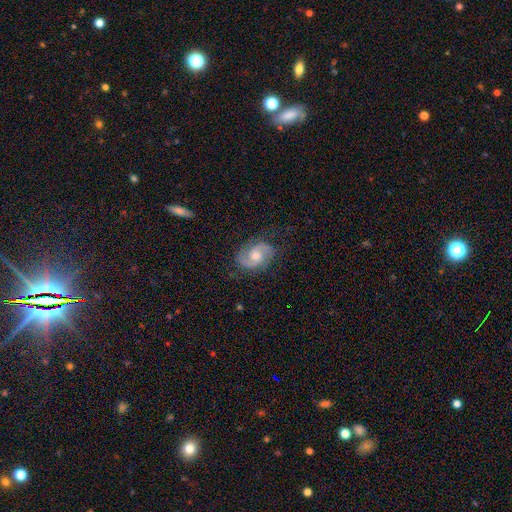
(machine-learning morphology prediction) Smooth or featured? Predicted: featured or disk (p=0.84). Edge-on disk? Predicted: no (p=0.98). Bar? Predicted: no (p=0.57). Spiral arms? Predicted: yes (p=0.96). Spiral winding? Predicted: medium (p=0.53). Spiral arm count? Predicted: 2 (p=0.92). Bulge size? Predicted: moderate (p=0.69). Merging? Predicted: none (p=0.80).